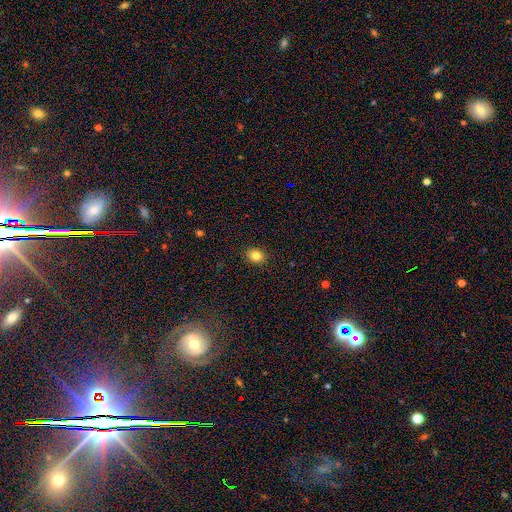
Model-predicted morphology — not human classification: Q: Smooth or featured?
A: smooth (83%); runner-up: star or artifact (11%)
Q: How rounded?
A: round (56%); runner-up: in between (43%)
Q: Merging?
A: none (90%); runner-up: minor disturbance (7%)